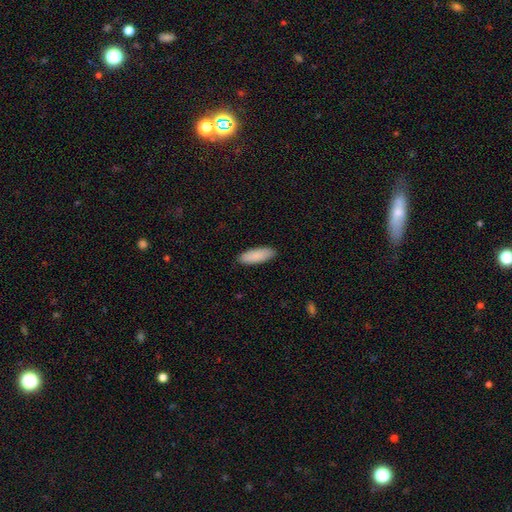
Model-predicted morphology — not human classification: This is clearly a smooth galaxy (89%). How rounded: likely in between (65%). Merging: clearly none (89%).